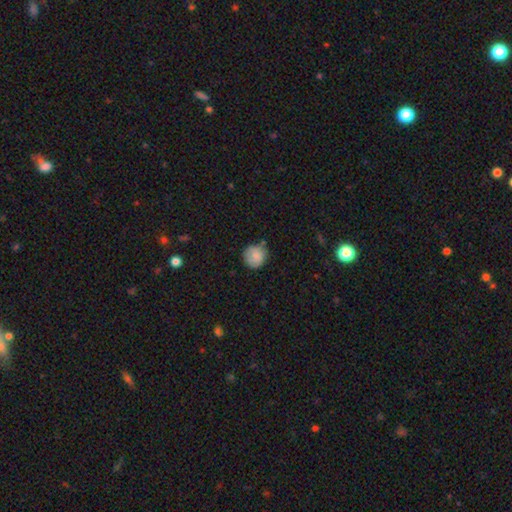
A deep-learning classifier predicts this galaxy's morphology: type=smooth (85%); roundness=round (91%); merging=none (74%).